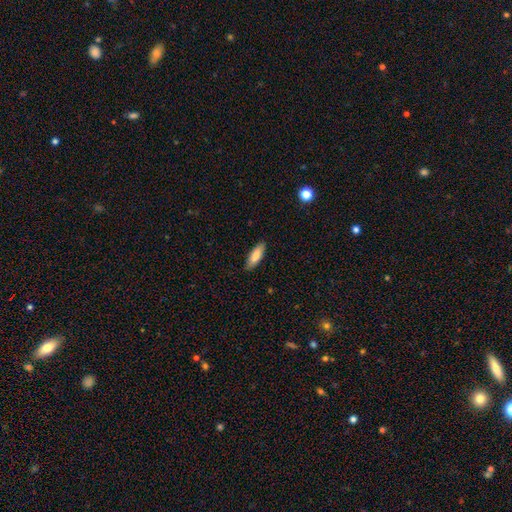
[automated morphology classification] A smooth galaxy with no disk features (80%) that is in between round and cigar-shaped (55%). Merging: none (87%).